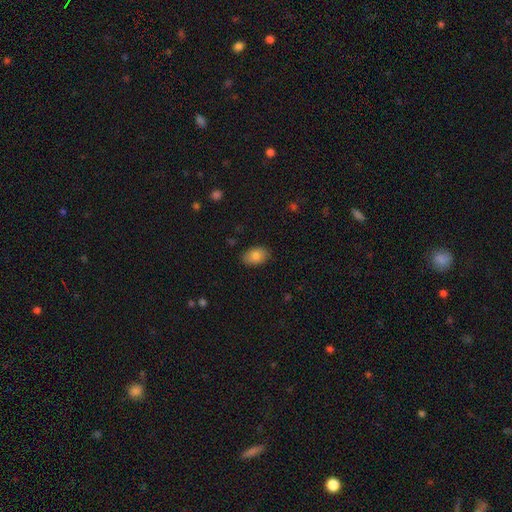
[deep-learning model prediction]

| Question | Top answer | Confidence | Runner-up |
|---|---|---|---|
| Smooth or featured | smooth | 83% | featured or disk (9%) |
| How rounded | in between | 87% | round (12%) |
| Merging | none | 86% | minor disturbance (10%) |